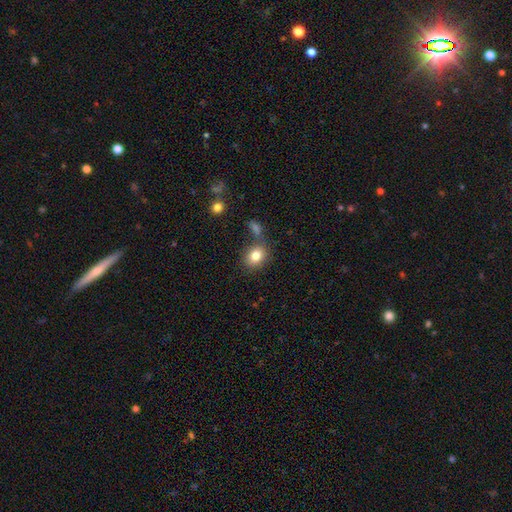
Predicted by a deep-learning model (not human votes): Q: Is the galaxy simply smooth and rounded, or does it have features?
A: smooth — 81%.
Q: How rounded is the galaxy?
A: round — 54%.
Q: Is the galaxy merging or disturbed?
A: none — 69%.